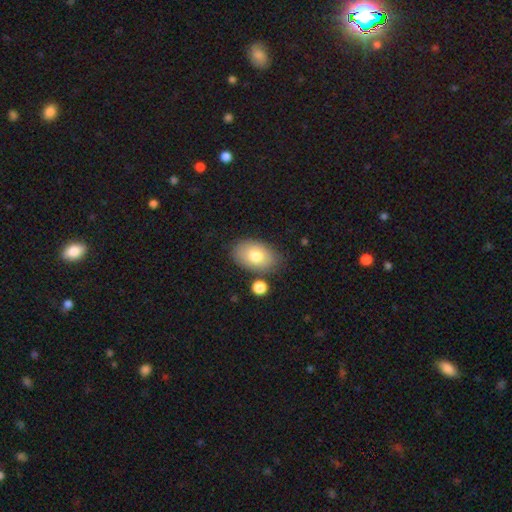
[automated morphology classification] A smooth galaxy with no disk features (76%) that is in between round and cigar-shaped (88%). Merging: none (76%).